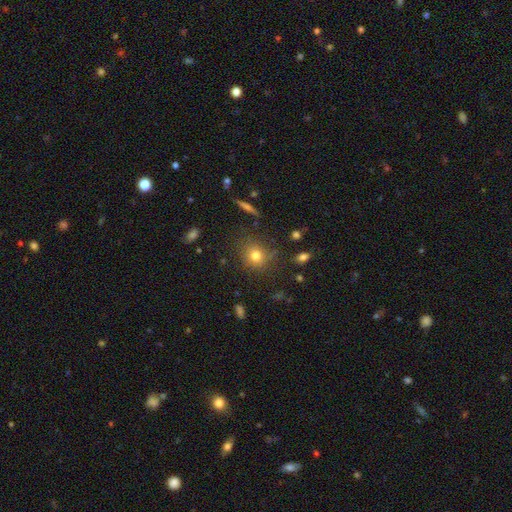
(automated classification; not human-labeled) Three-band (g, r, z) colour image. It shows a smooth galaxy with no disk features (76%) that is round (83%). Merging: none (78%).